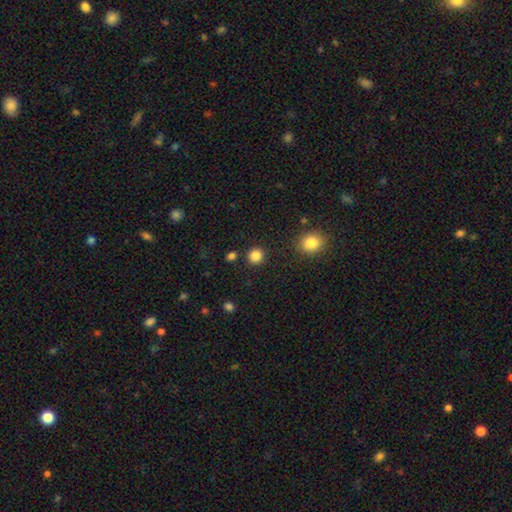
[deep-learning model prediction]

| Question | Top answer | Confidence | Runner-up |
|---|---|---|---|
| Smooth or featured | smooth | 85% | star or artifact (12%) |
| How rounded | round | 91% | in between (8%) |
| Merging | none | 89% | minor disturbance (6%) |